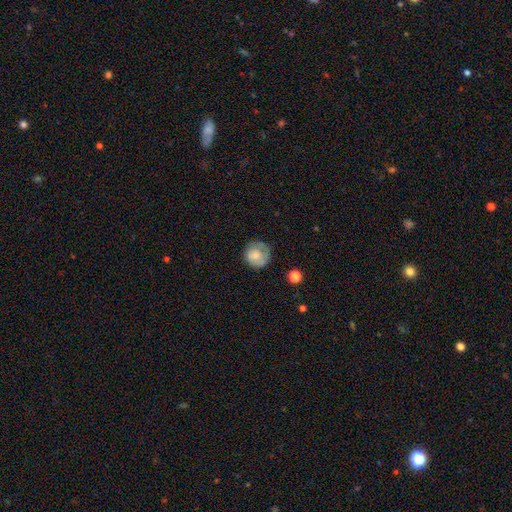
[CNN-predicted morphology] type=smooth (70%); roundness=round (90%); merging=none (66%).